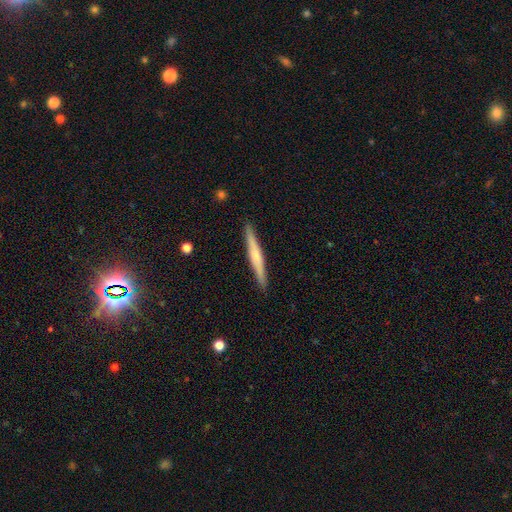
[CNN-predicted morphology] A featured or disk galaxy (53%) viewed edge-on (97%) with a rounded central bulge (61%). Merging: none (92%).